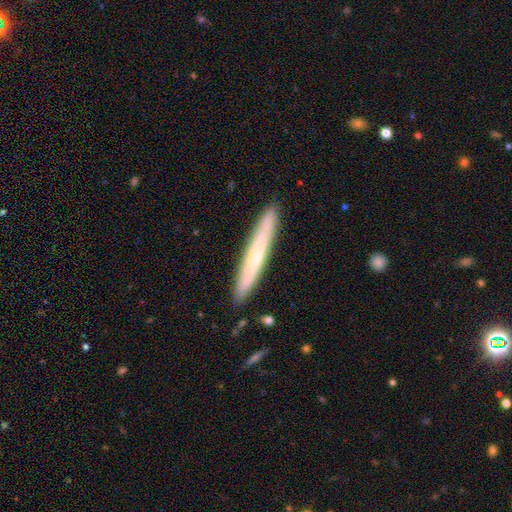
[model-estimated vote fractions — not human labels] A smooth galaxy with no disk features (50%) that is cigar-shaped (96%). Merging: none (90%).